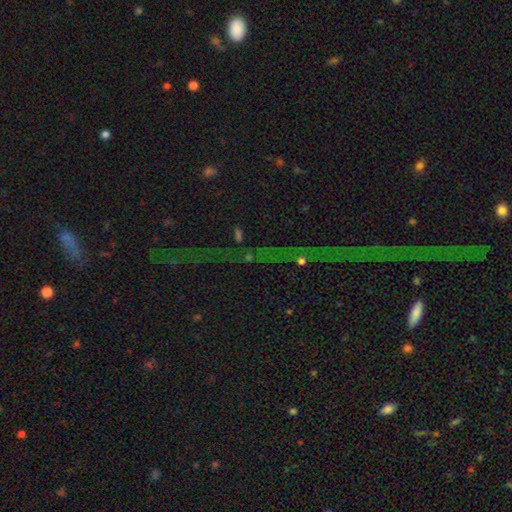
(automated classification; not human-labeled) Overall: star or artifact (79%).